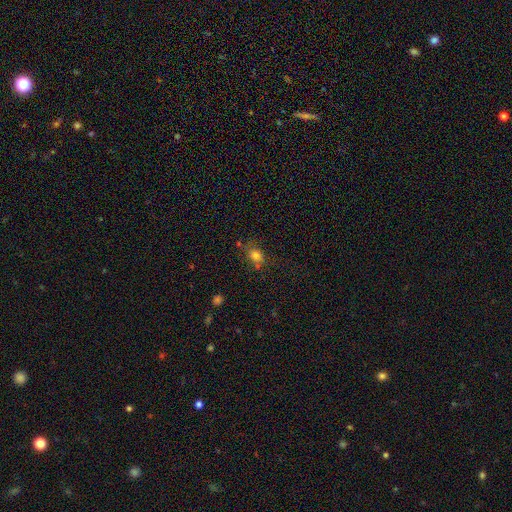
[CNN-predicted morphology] A smooth galaxy with no disk features (78%) that is in between round and cigar-shaped (53%). Merging: none (64%).